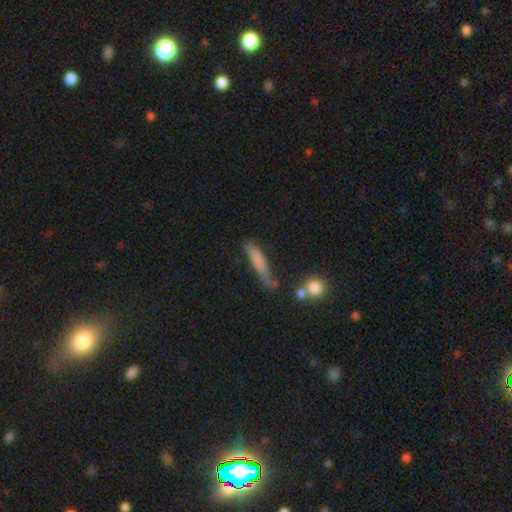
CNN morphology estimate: Q: Smooth or featured?
A: smooth (69%); runner-up: featured or disk (22%)
Q: How rounded?
A: cigar-shaped (85%); runner-up: in between (12%)
Q: Merging?
A: none (52%); runner-up: minor disturbance (29%)